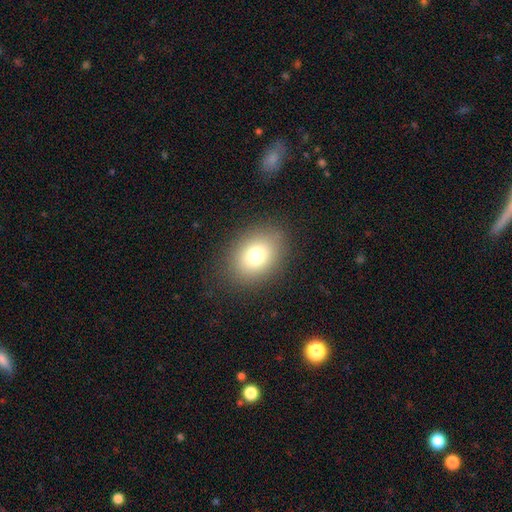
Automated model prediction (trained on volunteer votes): smooth_or_featured: smooth (p=0.75) [alt: star or artifact p=0.13]
how_rounded: in between (p=0.59) [alt: round p=0.40]
merging: none (p=0.86) [alt: minor disturbance p=0.09]